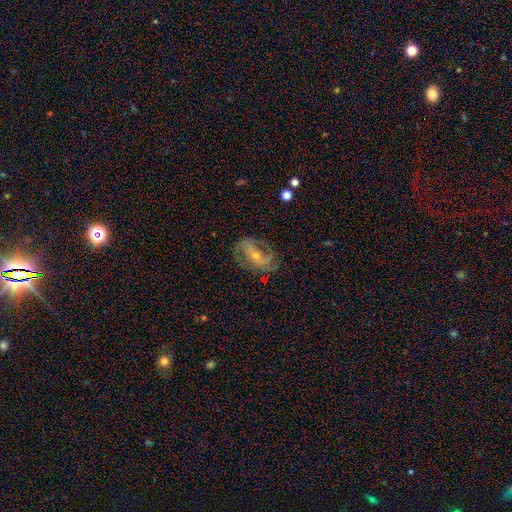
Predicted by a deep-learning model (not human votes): Morphology: type=featured or disk (81%); edge-on=no (96%); bar=weak (38%); spiral arms=yes (91%); winding=medium (47%); arm count=2 (57%); bulge=small (61%); merging=none (71%).